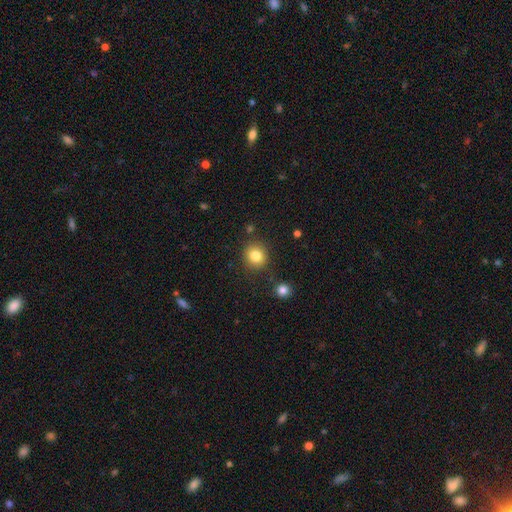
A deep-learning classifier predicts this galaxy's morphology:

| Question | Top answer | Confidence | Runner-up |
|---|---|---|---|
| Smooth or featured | smooth | 83% | star or artifact (11%) |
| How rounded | round | 86% | in between (13%) |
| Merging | none | 86% | minor disturbance (8%) |